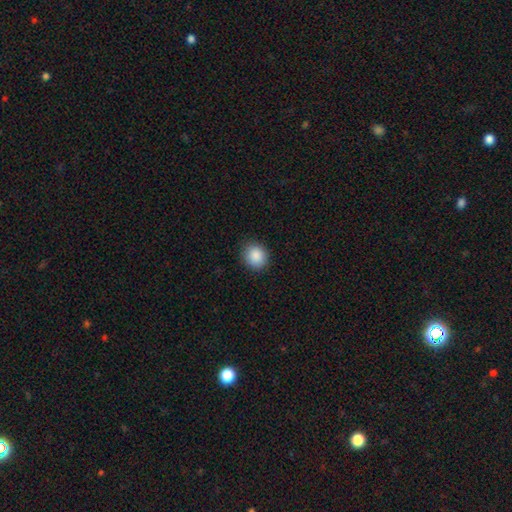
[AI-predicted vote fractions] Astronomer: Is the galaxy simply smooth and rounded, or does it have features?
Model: smooth — 89%.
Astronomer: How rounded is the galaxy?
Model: round — 76%.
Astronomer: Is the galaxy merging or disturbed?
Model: none — 88%.